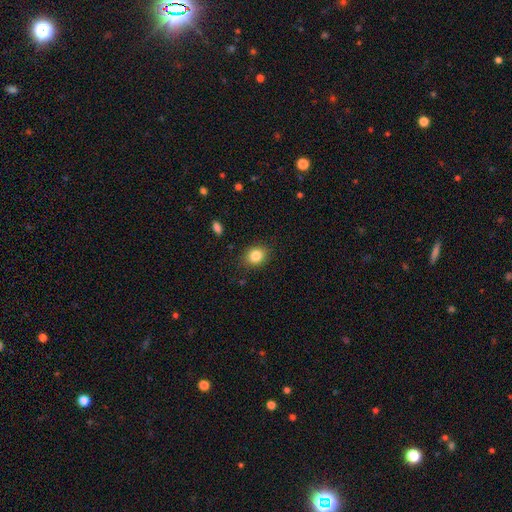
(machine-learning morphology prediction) This appears to be a smooth galaxy with no disk features (85%) that is round (60%). Merging: none (86%).